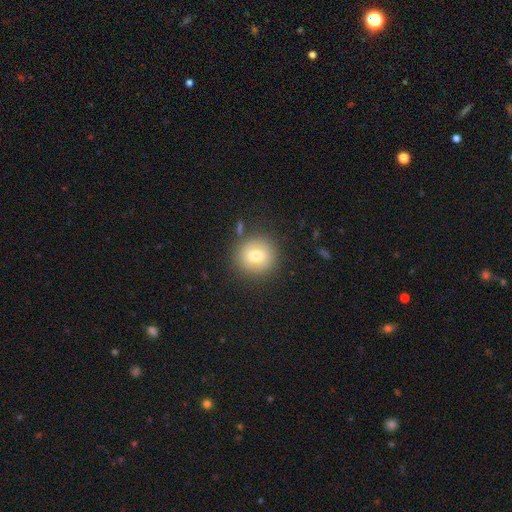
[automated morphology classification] This is likely a smooth galaxy (70%). How rounded: clearly round (89%). Merging: clearly none (84%).